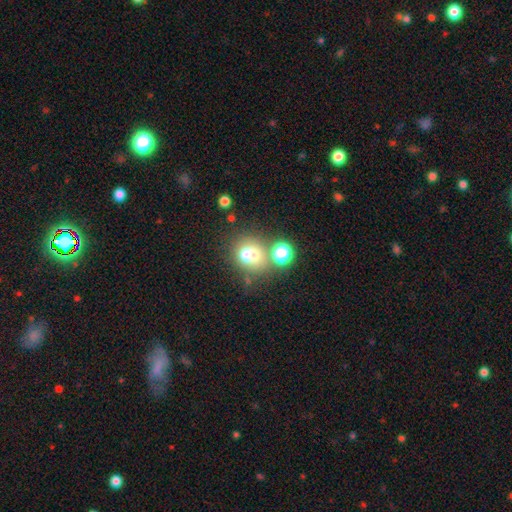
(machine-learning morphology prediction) Smooth or featured: smooth — 62% (featured or disk — 20%)
How rounded: round — 75% (in between — 24%)
Merging: merger — 44% (none — 42%)